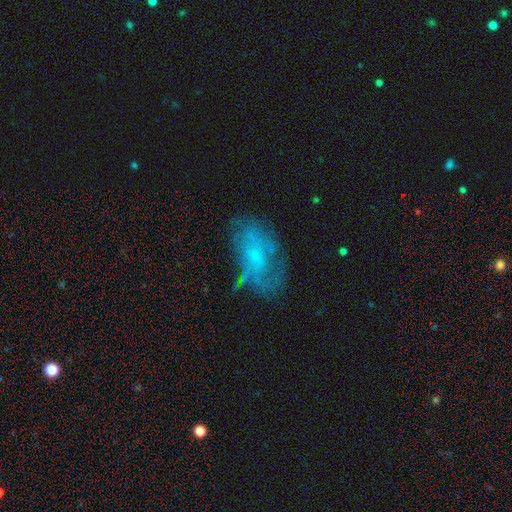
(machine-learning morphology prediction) The model was most divided on "spiral arms": yes: 56%, no: 44%. More confident: edge-on disk — no (95%); bar — no (74%); smooth or featured — featured or disk (56%); bulge size — small (55%); merging — none (52%).